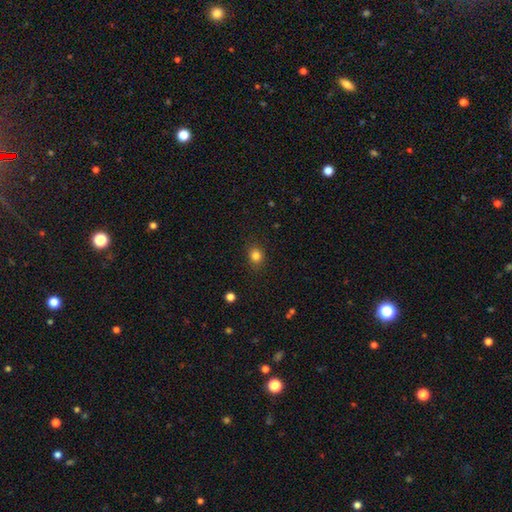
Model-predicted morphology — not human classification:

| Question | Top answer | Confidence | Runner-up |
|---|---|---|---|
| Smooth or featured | smooth | 83% | star or artifact (12%) |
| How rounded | round | 73% | in between (26%) |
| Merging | none | 86% | minor disturbance (10%) |